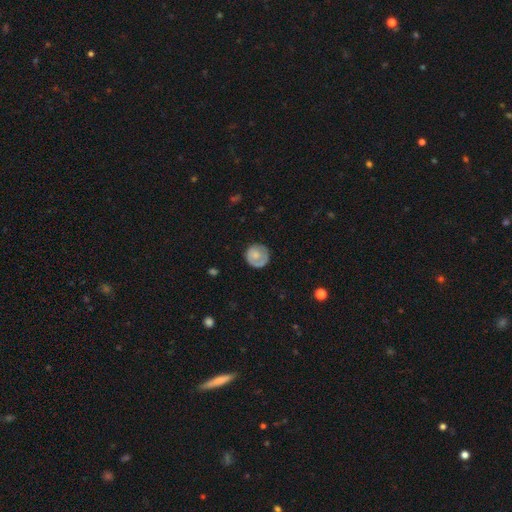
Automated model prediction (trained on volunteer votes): Q: Smooth or featured?
A: smooth (62%); runner-up: featured or disk (32%)
Q: How rounded?
A: round (92%); runner-up: in between (7%)
Q: Merging?
A: none (73%); runner-up: minor disturbance (18%)